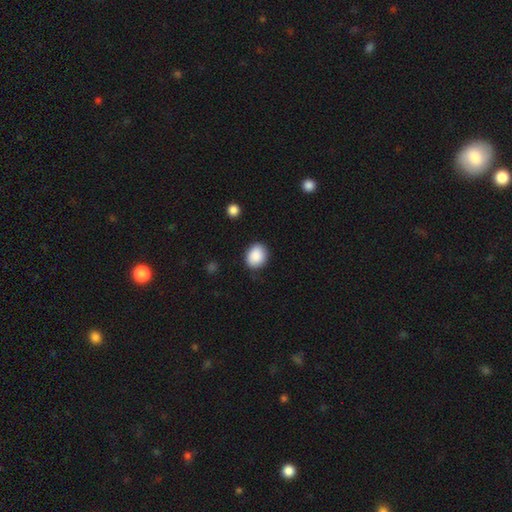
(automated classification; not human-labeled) smooth 89%, star or artifact 8%, featured or disk 3%. Down the decision tree: how rounded — round (50%); merging — none (84%).